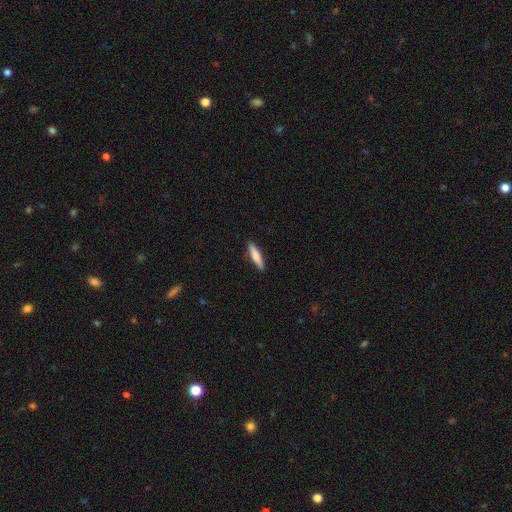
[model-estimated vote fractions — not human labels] Morphology: type=smooth (71%); roundness=cigar-shaped (83%); merging=none (90%).